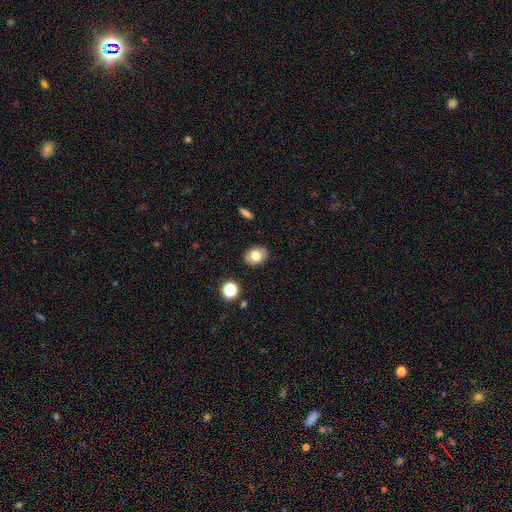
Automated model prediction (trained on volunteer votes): This is likely a smooth galaxy (76%). How rounded: likely in between (62%). Merging: clearly none (88%).